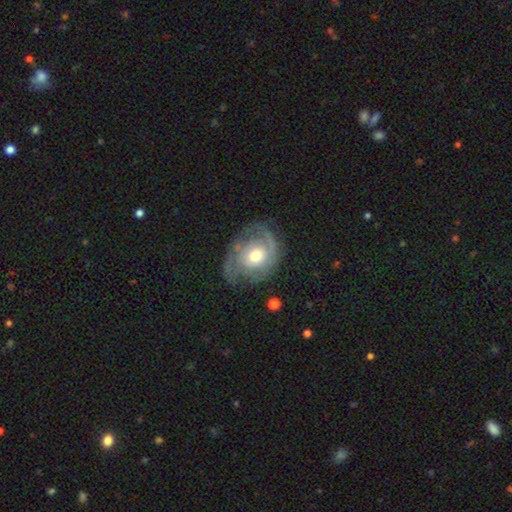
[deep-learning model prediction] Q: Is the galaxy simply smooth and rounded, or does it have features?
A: featured or disk — 76%.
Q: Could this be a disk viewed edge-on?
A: no — 97%.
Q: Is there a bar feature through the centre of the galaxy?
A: no — 75%.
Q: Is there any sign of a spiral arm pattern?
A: yes — 85%.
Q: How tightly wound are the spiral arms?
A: tight — 53%.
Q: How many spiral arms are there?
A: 2 — 39%.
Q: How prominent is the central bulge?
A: moderate — 70%.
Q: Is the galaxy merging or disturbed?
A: none — 62%.